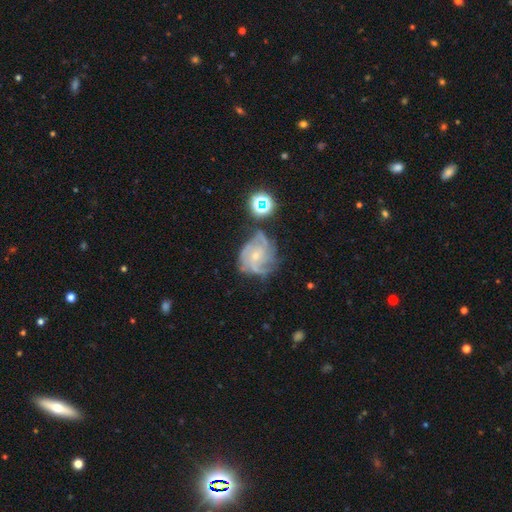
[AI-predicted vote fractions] This is clearly a featured or disk galaxy (82%). It is clearly not viewed edge-on (98%). Bar: likely no (70%). Spiral arm pattern: clearly yes (95%). Spiral arm count: marginally 3 (36%). Spiral winding: possibly tight (49%). Central bulge: likely small (68%). Merging: possibly none (57%).